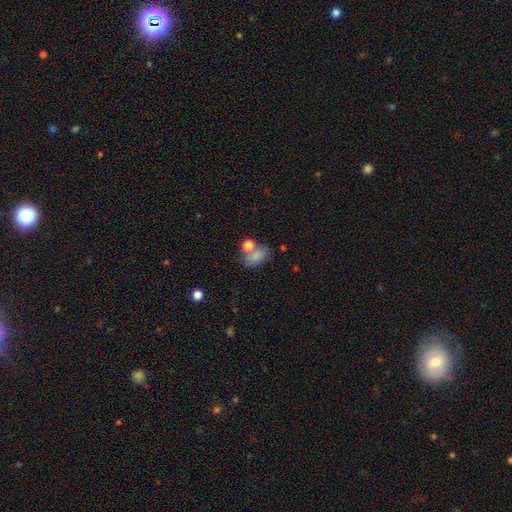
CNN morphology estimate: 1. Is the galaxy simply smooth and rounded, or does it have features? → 80% smooth, 11% star or artifact, 9% featured or disk.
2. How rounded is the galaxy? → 81% in between, 17% round, 2% cigar-shaped.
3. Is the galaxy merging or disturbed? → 50% none, 28% merger, 16% minor disturbance, 7% major disturbance.